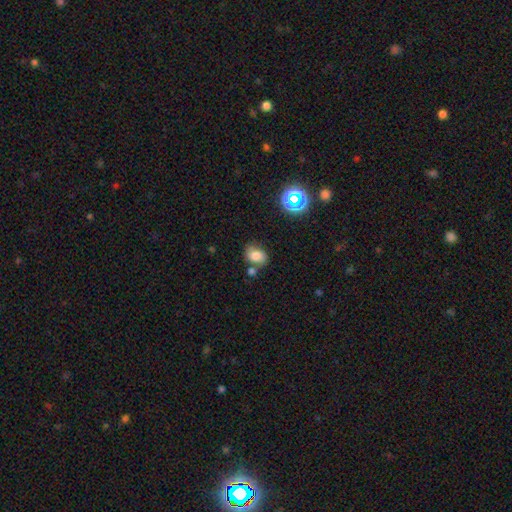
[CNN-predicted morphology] Q: Smooth or featured?
A: smooth (72%); runner-up: featured or disk (14%)
Q: How rounded?
A: in between (62%); runner-up: round (37%)
Q: Merging?
A: none (59%); runner-up: minor disturbance (21%)